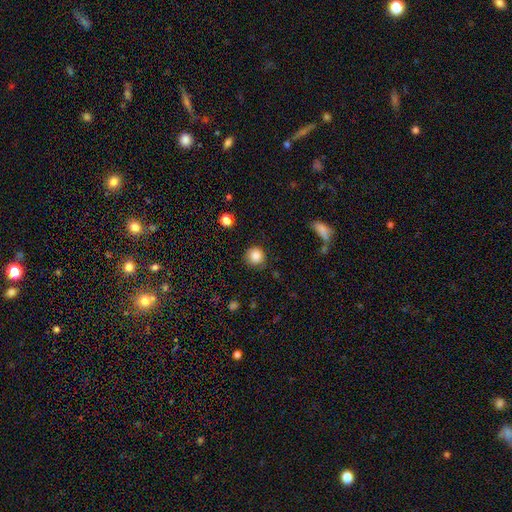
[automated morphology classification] Smooth or featured: smooth — 86% (star or artifact — 10%)
How rounded: round — 93% (in between — 6%)
Merging: none — 84% (minor disturbance — 11%)